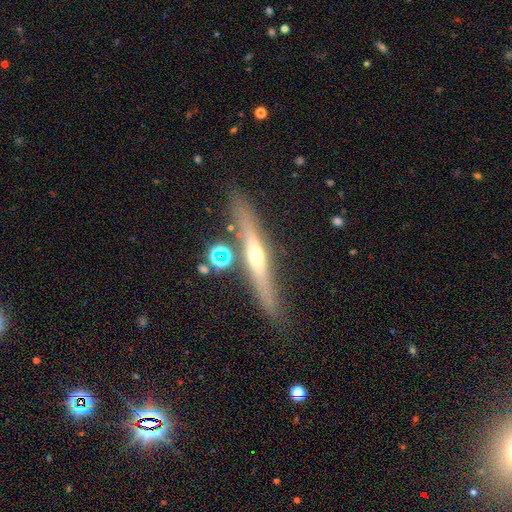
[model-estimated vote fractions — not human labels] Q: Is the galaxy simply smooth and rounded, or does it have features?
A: featured or disk — 67%.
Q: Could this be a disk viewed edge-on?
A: yes — 94%.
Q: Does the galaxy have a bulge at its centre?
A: rounded — 82%.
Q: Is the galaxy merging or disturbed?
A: none — 81%.